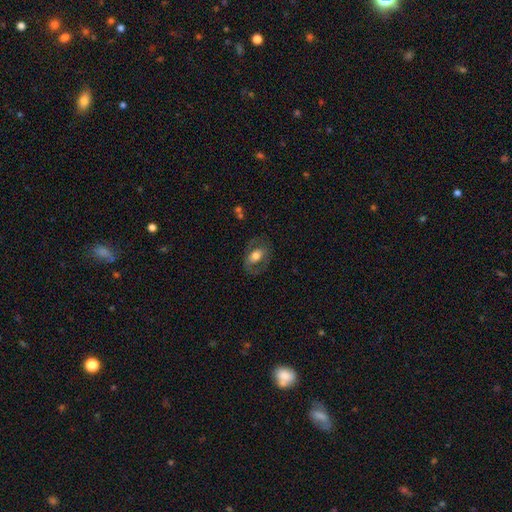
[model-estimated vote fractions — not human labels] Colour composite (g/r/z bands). It shows a smooth galaxy with no disk features (50%). Merging: none (70%).